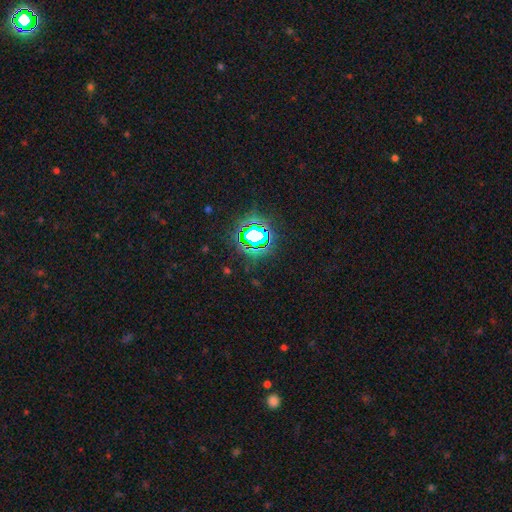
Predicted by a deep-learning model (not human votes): The model was most divided on "smooth or featured": star or artifact: 81%, smooth: 12%, featured or disk: 7%.